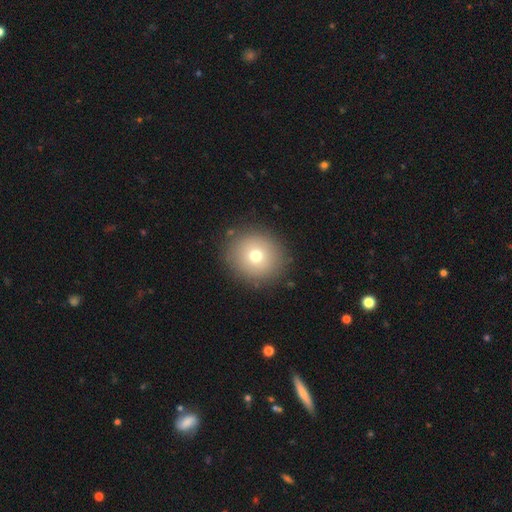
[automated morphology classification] Smooth or featured? Predicted: smooth (p=0.72). How rounded? Predicted: round (p=0.89). Merging? Predicted: none (p=0.88).